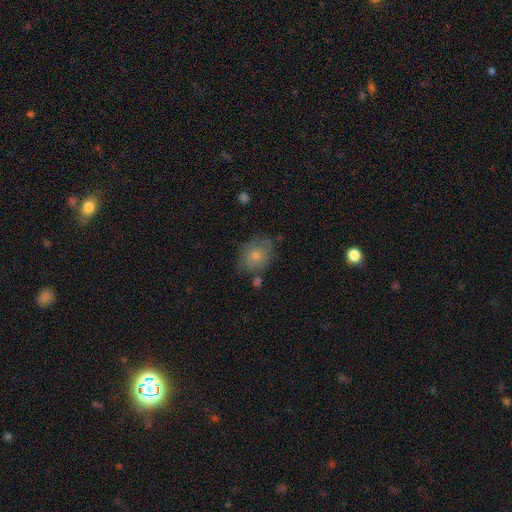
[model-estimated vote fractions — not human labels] smooth_or_featured: smooth (p=0.75) [alt: featured or disk p=0.17]
how_rounded: in between (p=0.51) [alt: round p=0.48]
merging: none (p=0.61) [alt: minor disturbance p=0.24]